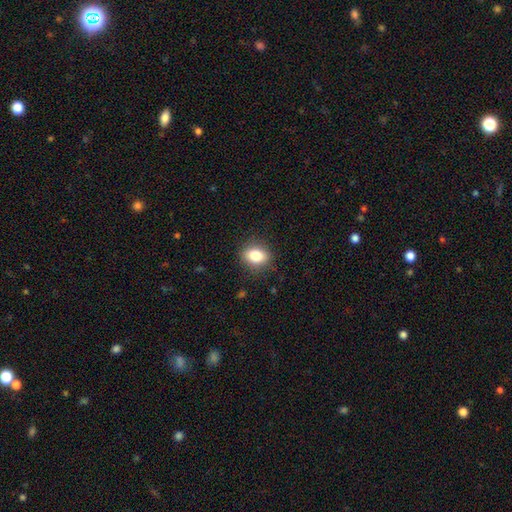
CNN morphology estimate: type=smooth (82%); roundness=in between (59%); merging=none (86%).